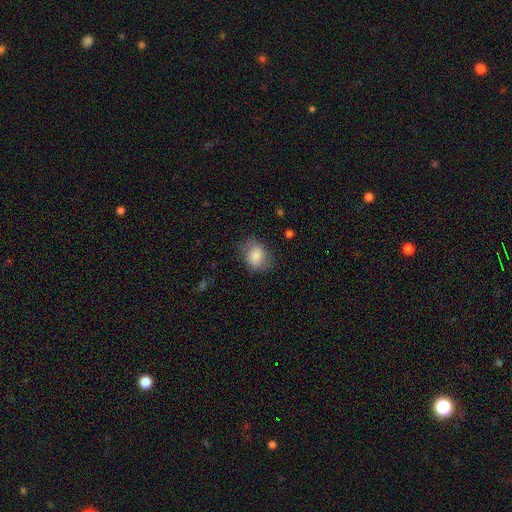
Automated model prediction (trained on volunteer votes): smooth-or-featured: smooth: 82% | featured or disk: 10% | star or artifact: 8%
  how-rounded: in between: 52% | round: 47% | cigar-shaped: 1%
  merging: none: 71% | minor disturbance: 21% | major disturbance: 7% | merger: 1%